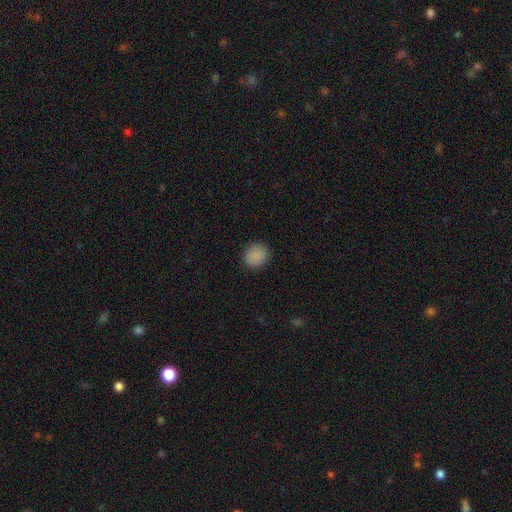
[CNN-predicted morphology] Smooth or featured? Predicted: smooth (p=0.88). How rounded? Predicted: round (p=0.82). Merging? Predicted: none (p=0.89).